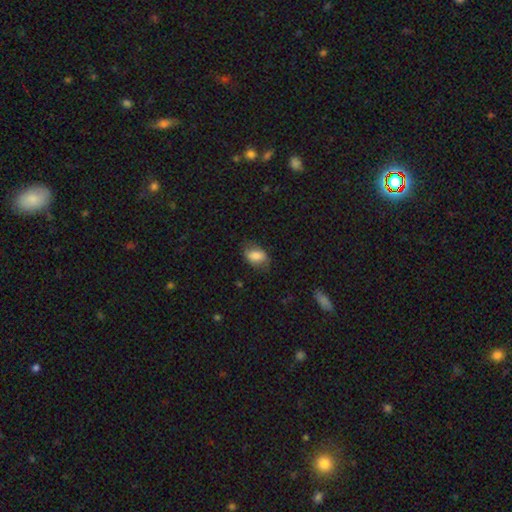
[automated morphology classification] Overall: smooth (78%). How rounded: in between (85%). Merging: none (66%).